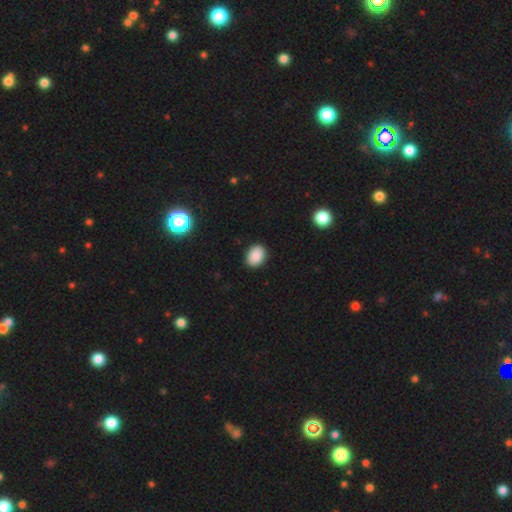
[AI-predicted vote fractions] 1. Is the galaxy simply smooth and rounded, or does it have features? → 87% smooth, 8% star or artifact, 4% featured or disk.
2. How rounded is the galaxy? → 70% in between, 29% round, 1% cigar-shaped.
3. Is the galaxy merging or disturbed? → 89% none, 8% minor disturbance, 2% major disturbance, 1% merger.